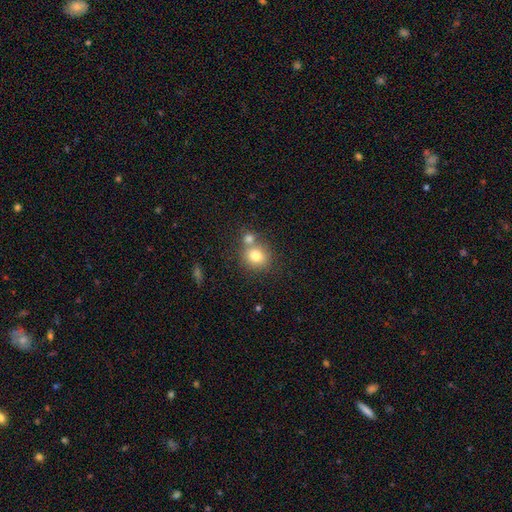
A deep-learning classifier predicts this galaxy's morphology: smooth 78%, featured or disk 11%, star or artifact 11%. Down the decision tree: how rounded — round (82%); merging — none (53%).